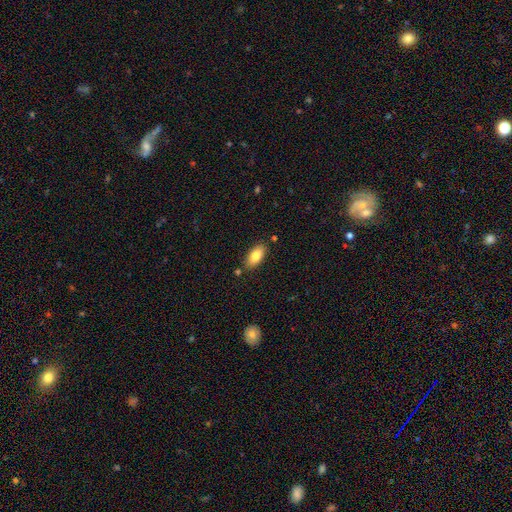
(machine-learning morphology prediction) This appears to be a smooth galaxy with no disk features (82%) that is in between round and cigar-shaped (89%). Merging: none (83%).